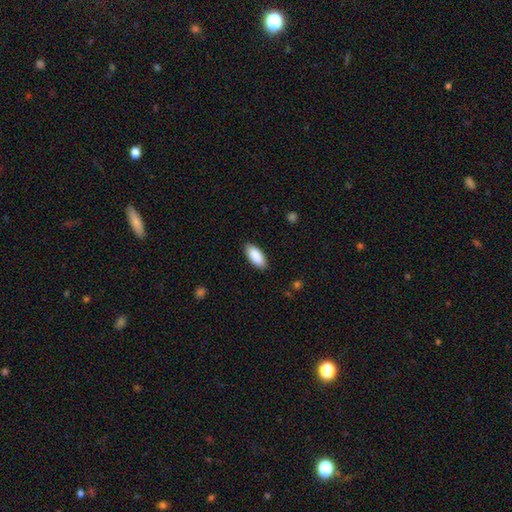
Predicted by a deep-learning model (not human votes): Overall: smooth (90%). How rounded: in between (88%). Merging: none (88%).